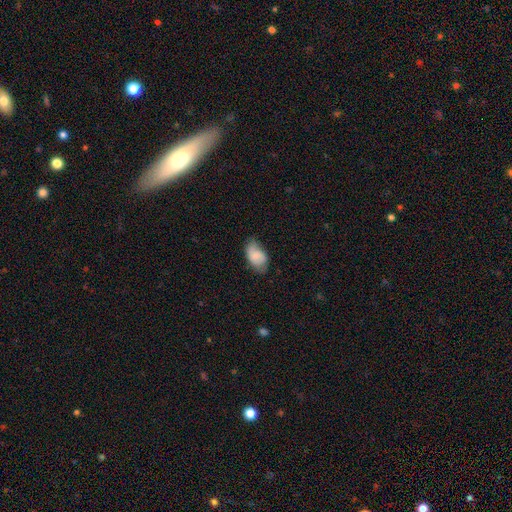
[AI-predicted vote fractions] Smooth or featured: smooth — 70% (featured or disk — 23%)
How rounded: in between — 91% (round — 7%)
Merging: none — 57% (minor disturbance — 33%)